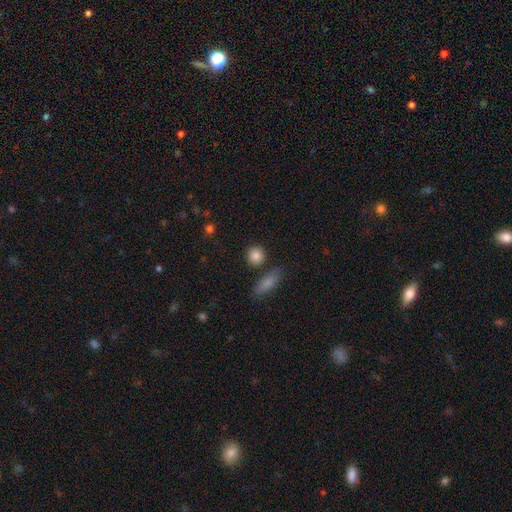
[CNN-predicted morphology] Smooth or featured? smooth (86%)
How rounded? round (84%)
Merging? none (81%)